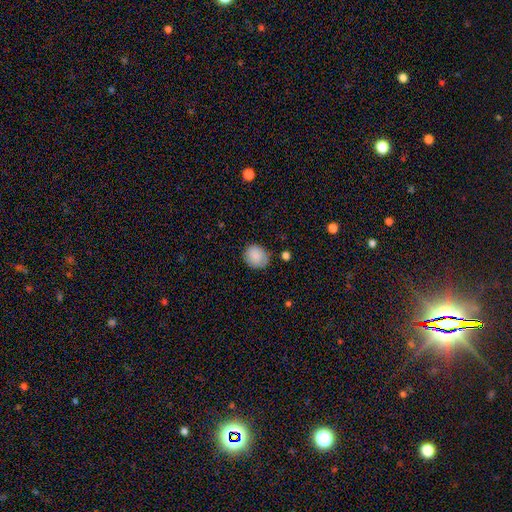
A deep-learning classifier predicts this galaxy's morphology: smooth 88%, star or artifact 8%, featured or disk 5%. Down the decision tree: how rounded — round (69%); merging — none (79%).